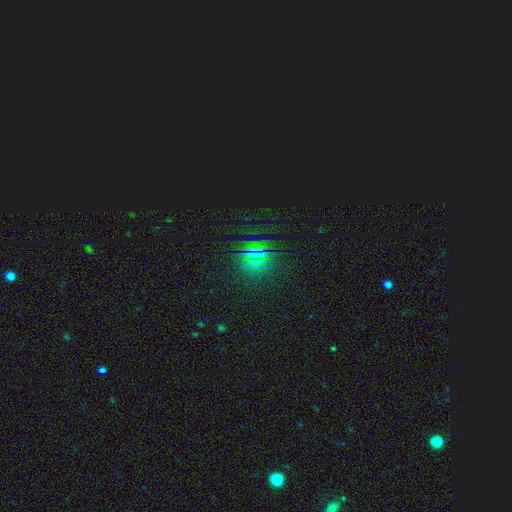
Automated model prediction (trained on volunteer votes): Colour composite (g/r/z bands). It shows a star or artifact, not a galaxy (56%).